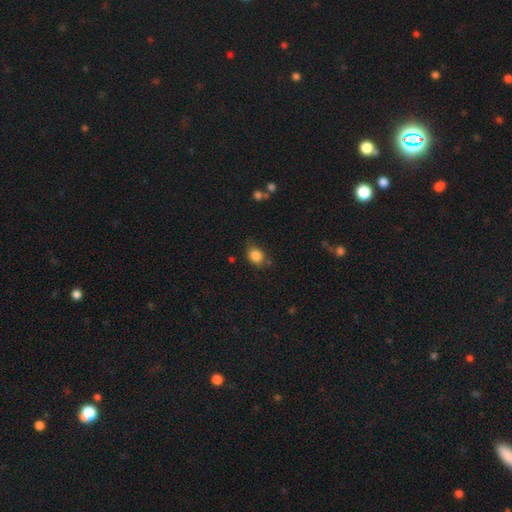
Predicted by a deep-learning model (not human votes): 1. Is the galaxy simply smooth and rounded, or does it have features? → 85% smooth, 10% star or artifact, 5% featured or disk.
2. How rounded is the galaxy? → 54% in between, 45% round, 1% cigar-shaped.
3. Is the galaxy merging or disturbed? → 70% none, 21% minor disturbance, 5% major disturbance, 4% merger.